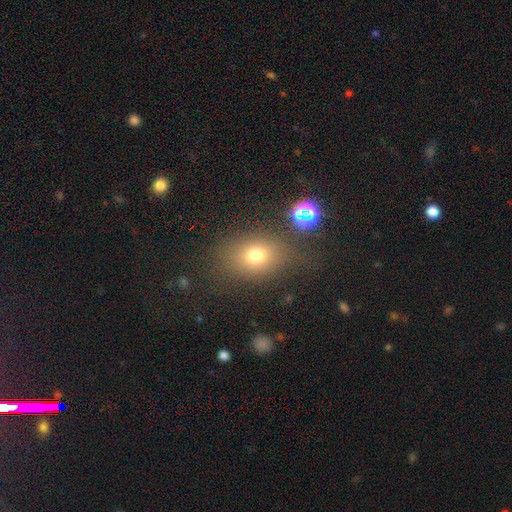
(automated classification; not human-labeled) Smooth or featured? smooth (71%)
How rounded? in between (57%)
Merging? none (73%)